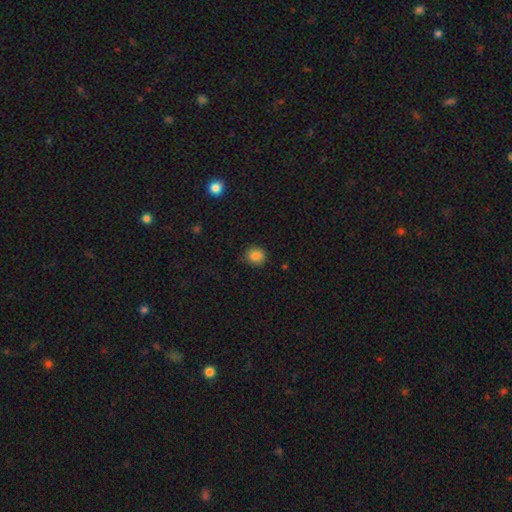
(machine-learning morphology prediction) The model was most divided on "how rounded": round: 80%, in between: 19%, cigar-shaped: 1%. More confident: smooth or featured — smooth (85%); merging — none (83%).